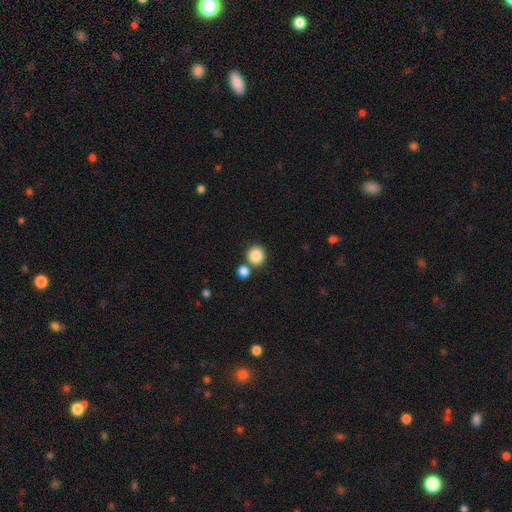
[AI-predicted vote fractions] smooth 86%, star or artifact 9%, featured or disk 5%. Down the decision tree: how rounded — round (89%); merging — none (72%).